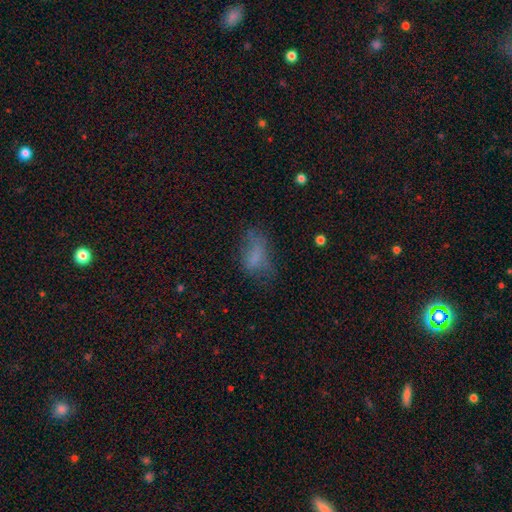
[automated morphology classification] Smooth or featured? Predicted: smooth (p=0.63). How rounded? Predicted: in between (p=0.86). Merging? Predicted: none (p=0.41).